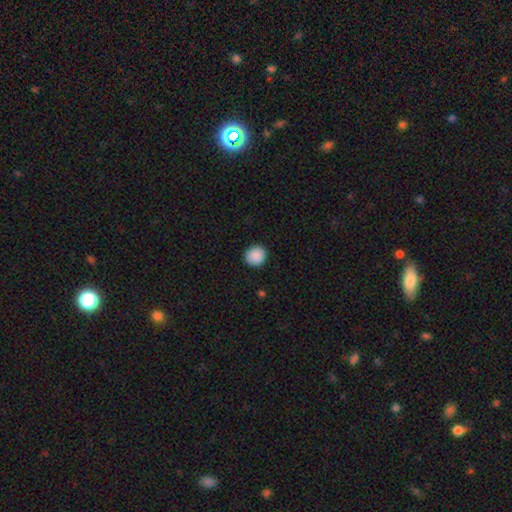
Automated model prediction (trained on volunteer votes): A smooth galaxy with no disk features (90%) that is round (89%). Merging: none (91%).